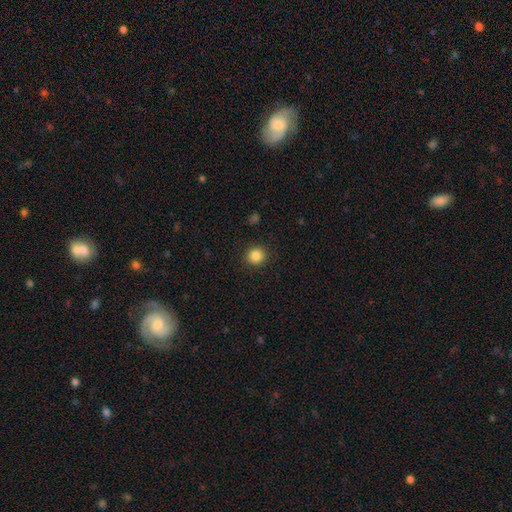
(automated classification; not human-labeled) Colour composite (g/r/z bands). It shows a smooth galaxy with no disk features (86%) that is round (92%). Merging: none (92%).